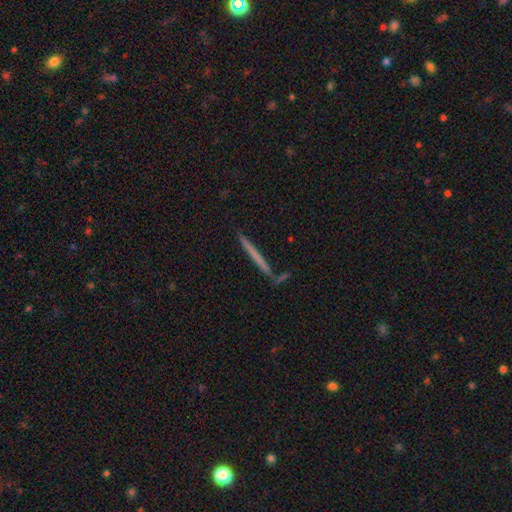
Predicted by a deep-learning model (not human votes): Morphology: type=smooth (54%); roundness=cigar-shaped (97%); merging=none (86%).